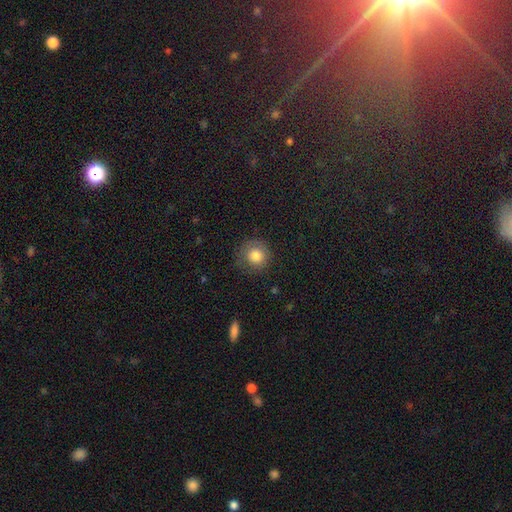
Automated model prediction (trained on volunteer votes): Smooth or featured? smooth (79%)
How rounded? round (91%)
Merging? none (76%)